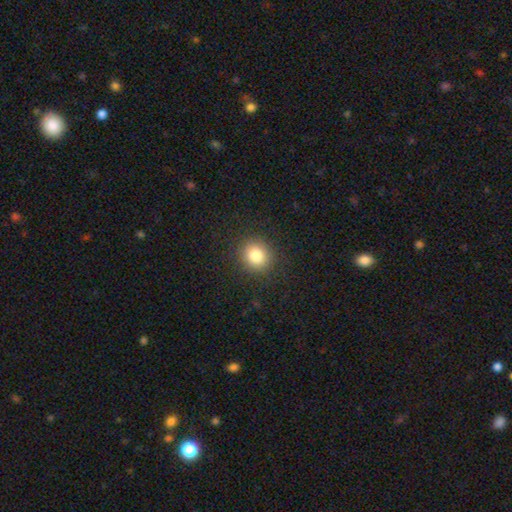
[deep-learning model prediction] A smooth galaxy with no disk features (82%) that is round (83%). Merging: none (89%).